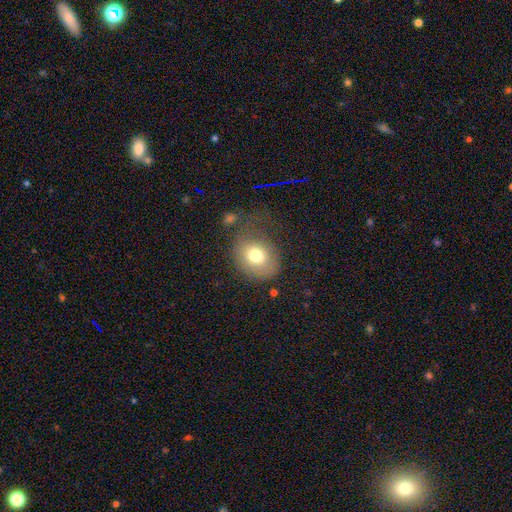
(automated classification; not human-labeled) Q: Smooth or featured?
A: smooth (74%); runner-up: featured or disk (15%)
Q: How rounded?
A: round (65%); runner-up: in between (35%)
Q: Merging?
A: none (51%); runner-up: minor disturbance (23%)